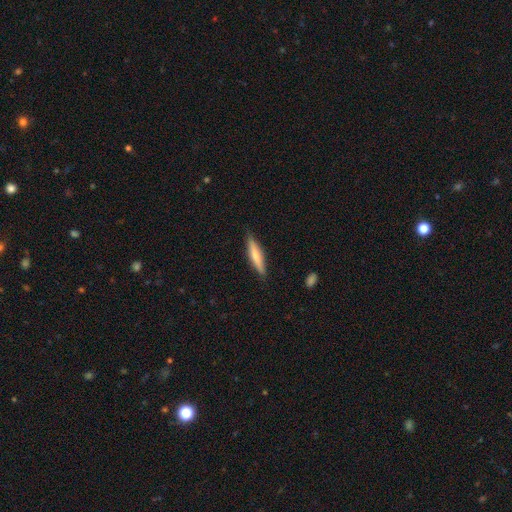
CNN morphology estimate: Q: Smooth or featured?
A: smooth (63%); runner-up: featured or disk (31%)
Q: How rounded?
A: cigar-shaped (86%); runner-up: in between (13%)
Q: Merging?
A: none (88%); runner-up: minor disturbance (9%)